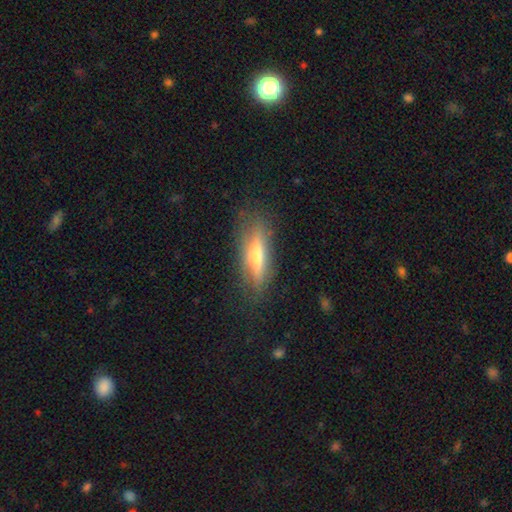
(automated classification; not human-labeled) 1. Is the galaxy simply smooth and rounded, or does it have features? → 47% smooth, 46% featured or disk, 7% star or artifact.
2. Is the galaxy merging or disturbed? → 79% none, 15% minor disturbance, 5% major disturbance, 1% merger.